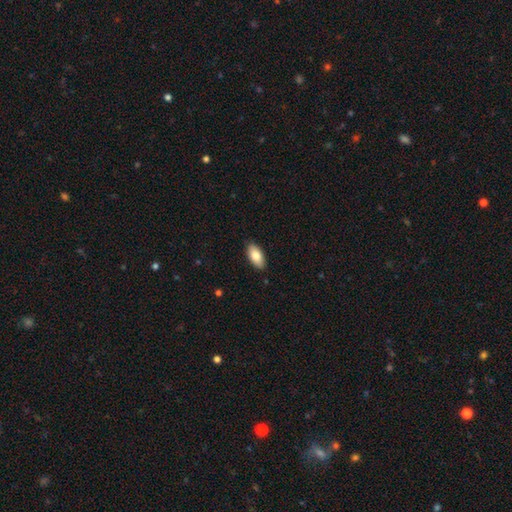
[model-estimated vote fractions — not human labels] Smooth or featured: smooth — 82% (featured or disk — 12%)
How rounded: in between — 93% (cigar-shaped — 5%)
Merging: none — 89% (minor disturbance — 9%)